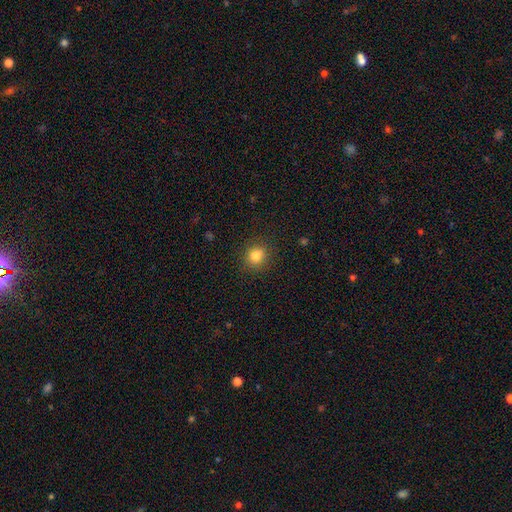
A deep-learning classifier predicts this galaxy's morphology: Smooth or featured? smooth (82%)
How rounded? round (85%)
Merging? none (89%)